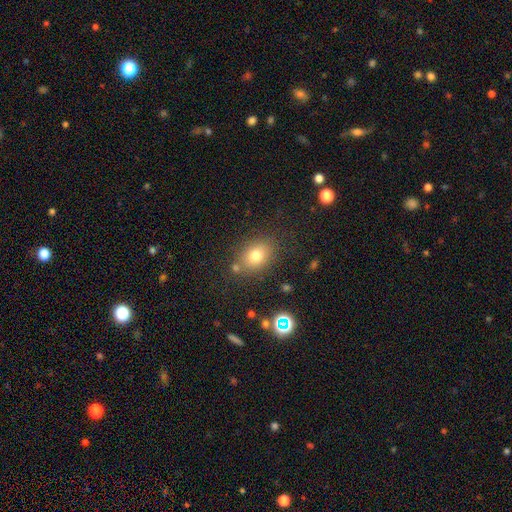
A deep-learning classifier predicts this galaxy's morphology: Smooth or featured?
  - smooth: 75% *
  - star or artifact: 14%
  - featured or disk: 11%
How rounded?
  - in between: 59% *
  - round: 40%
  - cigar-shaped: 1%
Merging?
  - none: 77% *
  - minor disturbance: 12%
  - merger: 6%
  - major disturbance: 4%